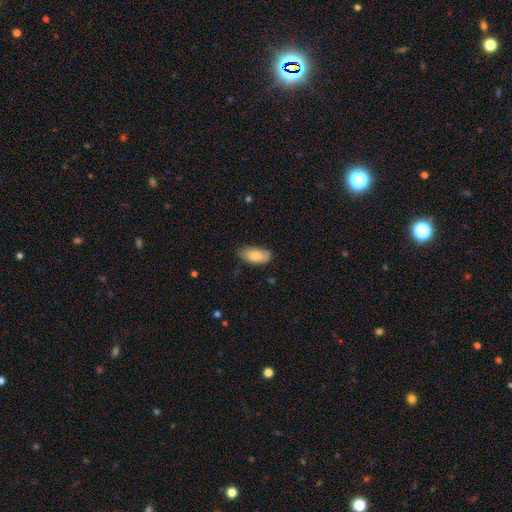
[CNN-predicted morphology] A smooth galaxy with no disk features (80%) that is in between round and cigar-shaped (91%). Merging: none (77%).